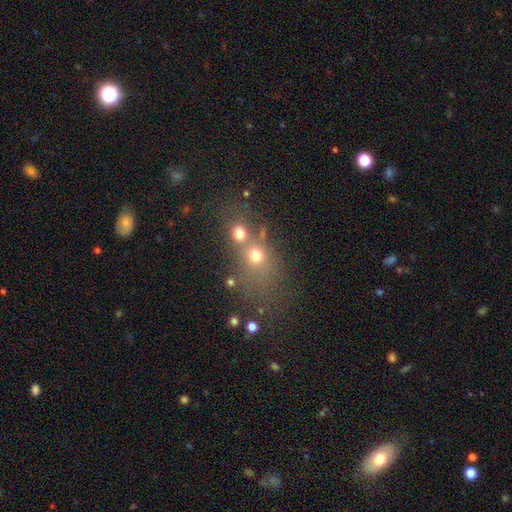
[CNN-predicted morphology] This is likely a smooth galaxy (65%). How rounded: likely round (68%). Merging: possibly merger (47%).